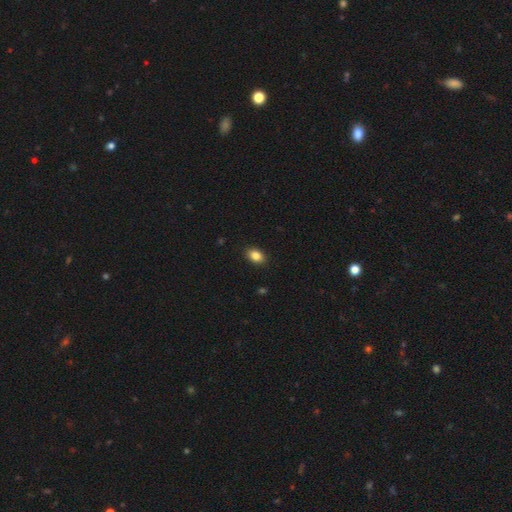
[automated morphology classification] Overall: smooth (86%). How rounded: in between (81%). Merging: none (90%).